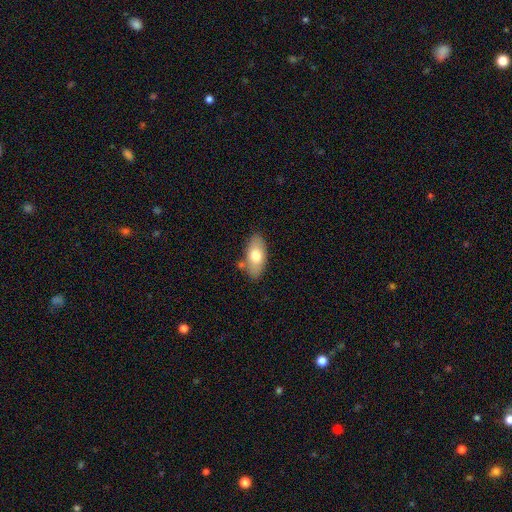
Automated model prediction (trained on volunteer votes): smooth_or_featured: smooth (p=0.72) [alt: featured or disk p=0.22]
how_rounded: in between (p=0.90) [alt: cigar-shaped p=0.07]
merging: none (p=0.77) [alt: minor disturbance p=0.14]